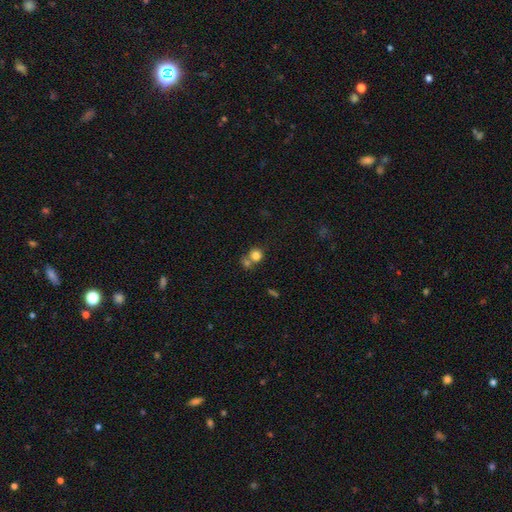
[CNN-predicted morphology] Smooth or featured: smooth — 80% (star or artifact — 11%)
How rounded: round — 86% (in between — 13%)
Merging: none — 47% (merger — 41%)